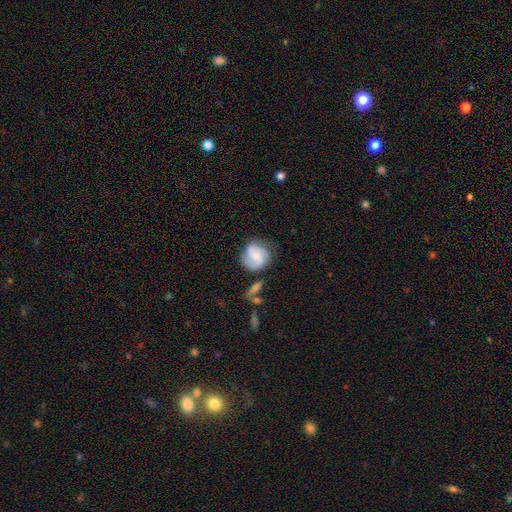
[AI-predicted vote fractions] A featured or disk galaxy (52%) with a weak bar (44%), spiral arms (89%) and a small central bulge (50%).

Vote fractions:
- Smooth or featured? featured or disk: 52% / smooth: 41% / star or artifact: 7%
- Edge-on disk? no: 97% / yes: 3%
- Bar? weak: 44% / no: 42% / strong: 14%
- Spiral arms? yes: 89% / no: 11%
- Bulge size? small: 50% / moderate: 30% / none: 16% / large: 3% / dominant: 1%
- Merging? none: 67% / minor disturbance: 20% / major disturbance: 8% / merger: 6%